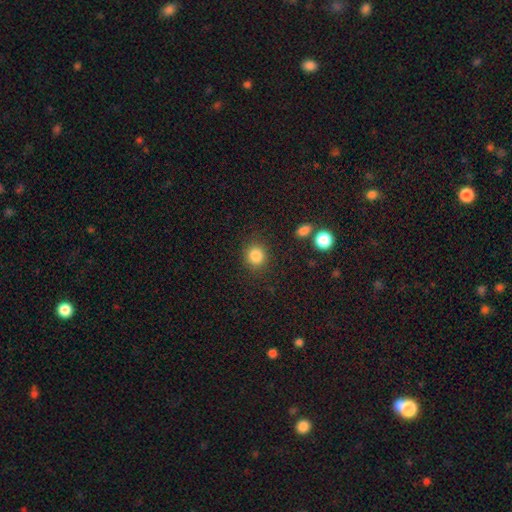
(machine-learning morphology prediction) This appears to be a smooth galaxy with no disk features (85%) that is round (87%). Merging: none (87%).